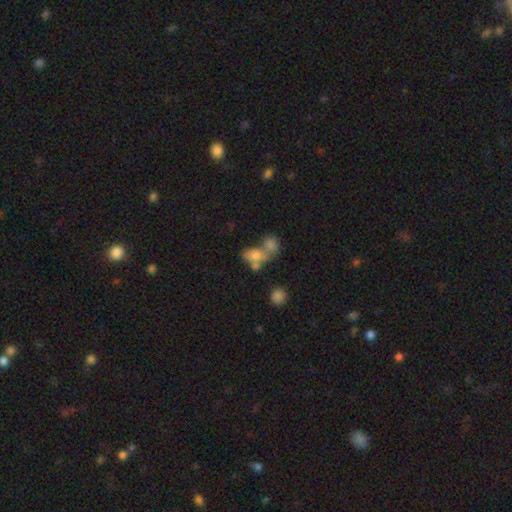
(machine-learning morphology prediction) smooth_or_featured: smooth (p=0.69) [alt: featured or disk p=0.19]
how_rounded: in between (p=0.76) [alt: round p=0.21]
merging: merger (p=0.61) [alt: none p=0.21]